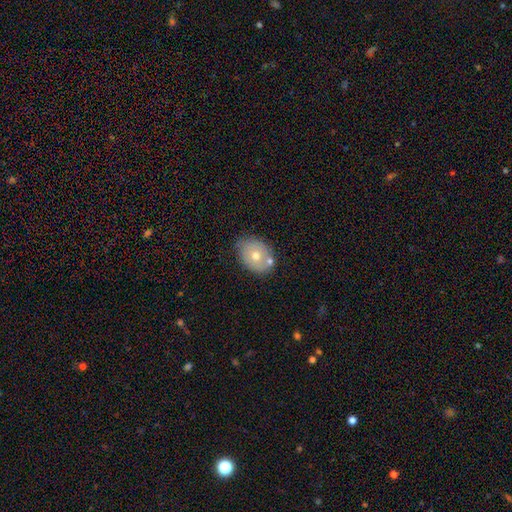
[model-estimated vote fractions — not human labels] Smooth or featured: smooth — 65% (featured or disk — 26%)
How rounded: in between — 66% (round — 33%)
Merging: none — 69% (minor disturbance — 16%)